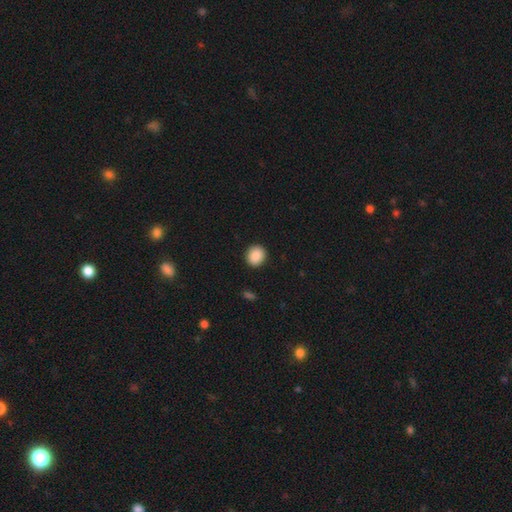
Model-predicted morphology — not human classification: This appears to be a smooth galaxy with no disk features (89%) that is round (76%). Merging: none (91%).